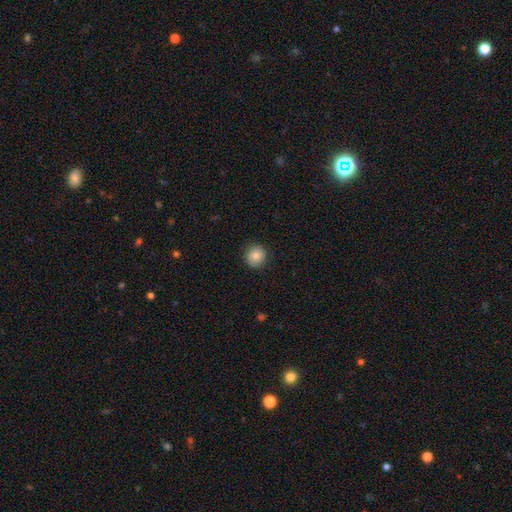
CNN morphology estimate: Smooth or featured? Predicted: smooth (p=0.84). How rounded? Predicted: round (p=0.89). Merging? Predicted: none (p=0.88).